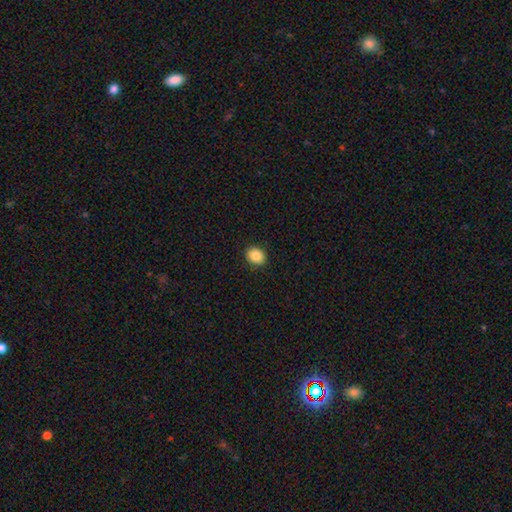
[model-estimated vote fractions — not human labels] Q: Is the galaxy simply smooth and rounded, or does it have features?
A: smooth — 86%.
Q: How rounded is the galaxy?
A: round — 52%.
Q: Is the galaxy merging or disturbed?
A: none — 91%.